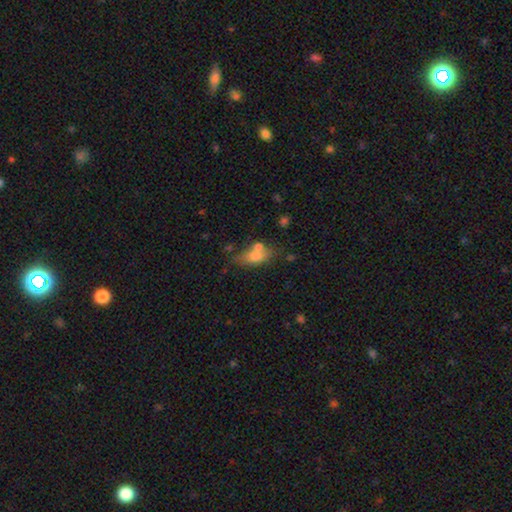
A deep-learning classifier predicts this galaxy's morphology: Overall: smooth (69%). How rounded: in between (77%). Merging: none (50%; merger 25%).